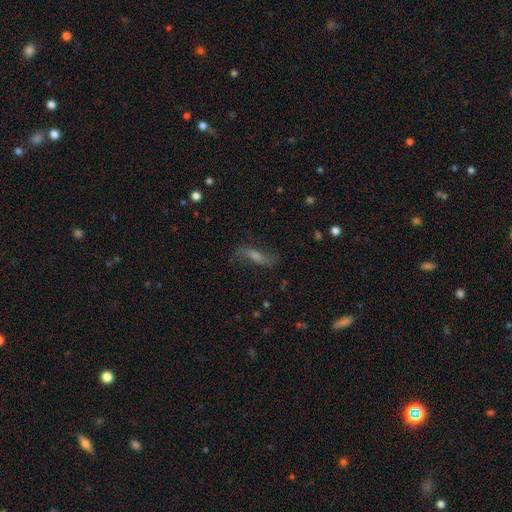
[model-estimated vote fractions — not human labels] This is likely a featured or disk galaxy (60%). It is likely not viewed edge-on (77%). Merging: likely none (72%).